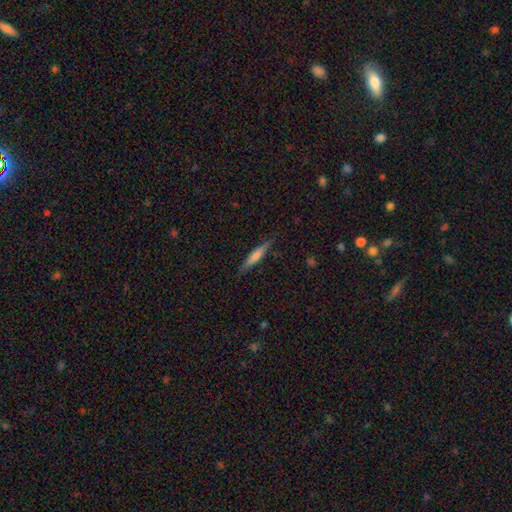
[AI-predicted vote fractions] This is possibly a featured or disk galaxy (48%). Merging: clearly none (87%).